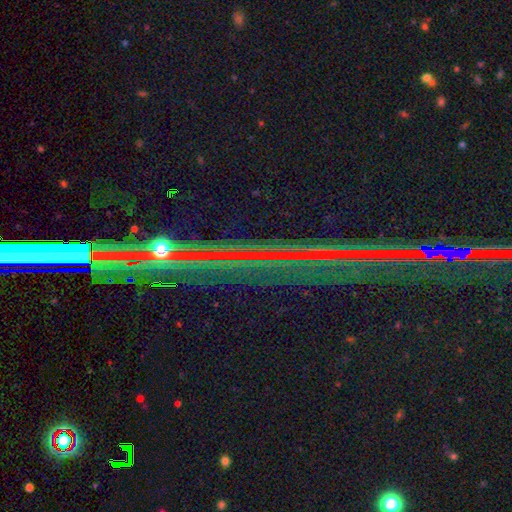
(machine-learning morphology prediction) Overall: star or artifact (84%).